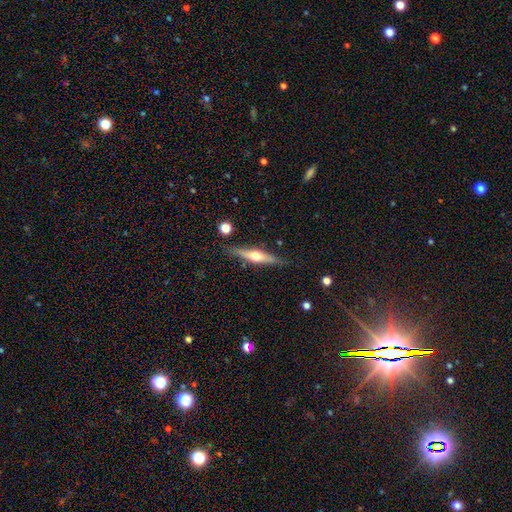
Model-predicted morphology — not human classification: Overall: featured or disk (59%; smooth 35%). Edge-on disk: yes (94%). Edge-on bulge: rounded (92%). Merging: none (83%).